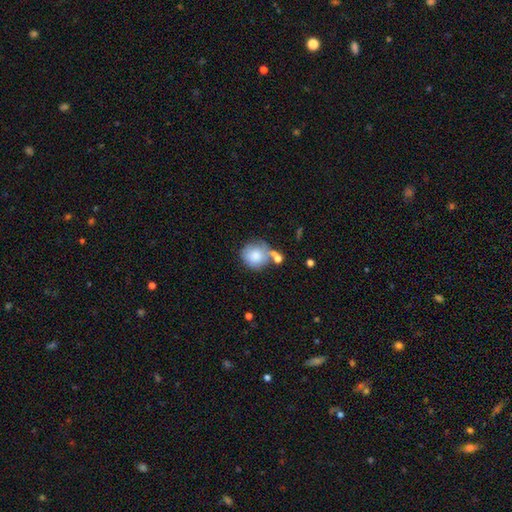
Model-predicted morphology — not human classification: smooth 77%, featured or disk 15%, star or artifact 8%. Down the decision tree: how rounded — round (82%); merging — none (46%).